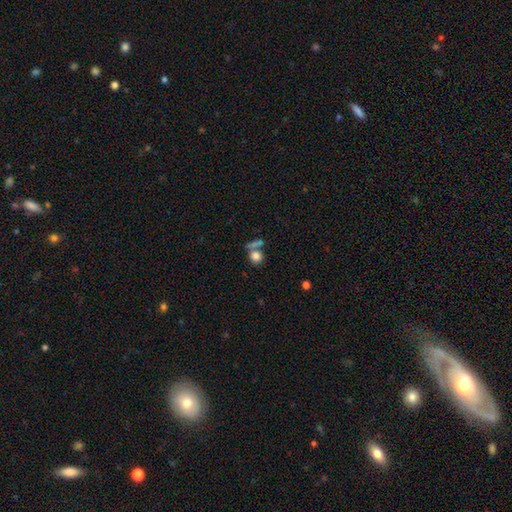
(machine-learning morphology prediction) This is likely a smooth galaxy (79%). How rounded: clearly round (81%). Merging: possibly none (52%).